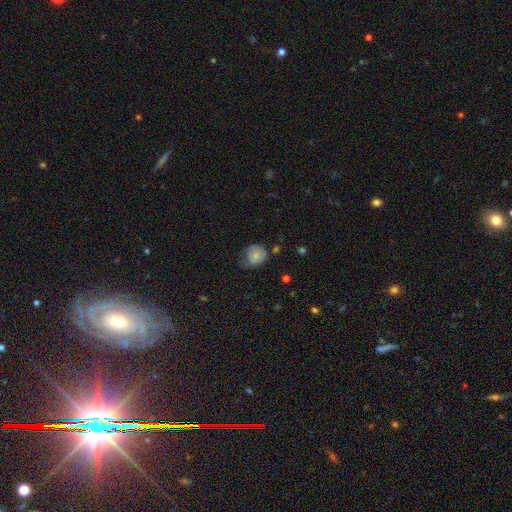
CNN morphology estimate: smooth_or_featured: smooth (p=0.69) [alt: featured or disk p=0.23]
how_rounded: round (p=0.69) [alt: in between p=0.30]
merging: minor disturbance (p=0.40) [alt: none p=0.37]